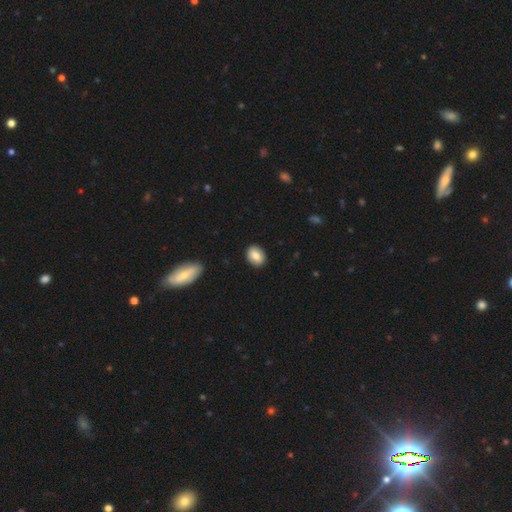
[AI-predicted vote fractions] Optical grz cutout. It shows a smooth galaxy with no disk features (80%) that is in between round and cigar-shaped (66%). Merging: none (89%).